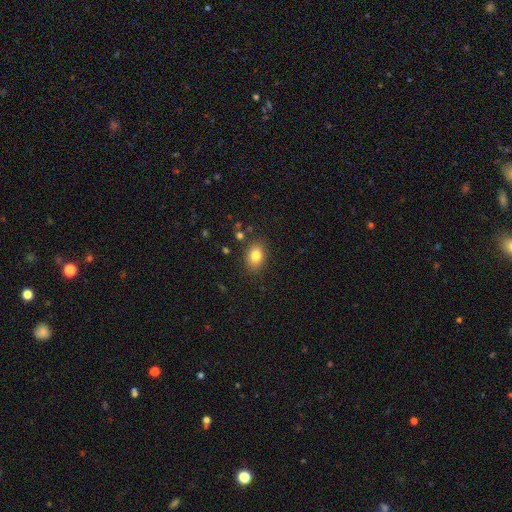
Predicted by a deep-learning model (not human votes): smooth_or_featured: smooth (p=0.82) [alt: star or artifact p=0.10]
how_rounded: in between (p=0.70) [alt: round p=0.29]
merging: none (p=0.85) [alt: minor disturbance p=0.10]